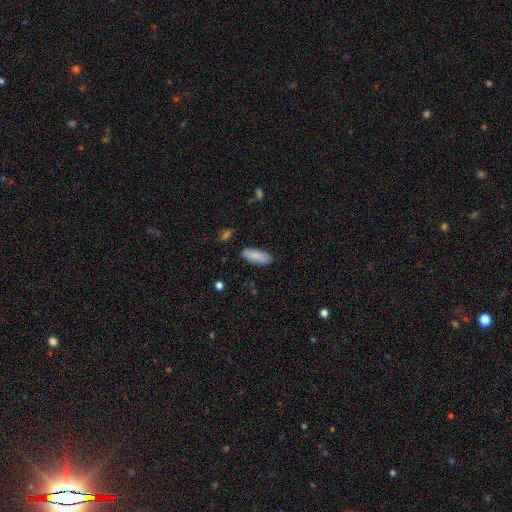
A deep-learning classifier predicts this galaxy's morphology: smooth_or_featured: smooth (p=0.82) [alt: featured or disk p=0.12]
how_rounded: in between (p=0.80) [alt: cigar-shaped p=0.18]
merging: none (p=0.84) [alt: minor disturbance p=0.12]